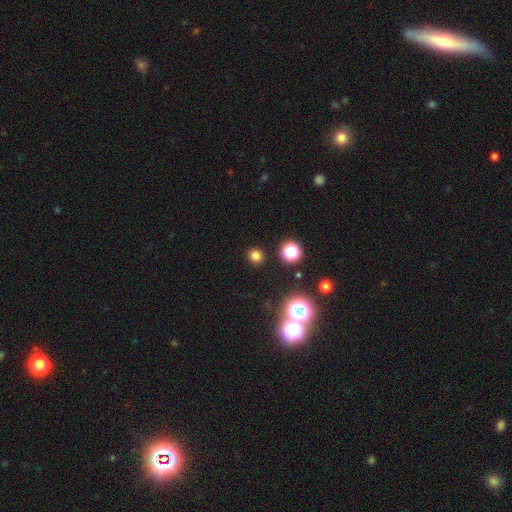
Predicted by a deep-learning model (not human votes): This is likely a smooth galaxy (74%). How rounded: clearly round (91%). Merging: clearly none (90%).